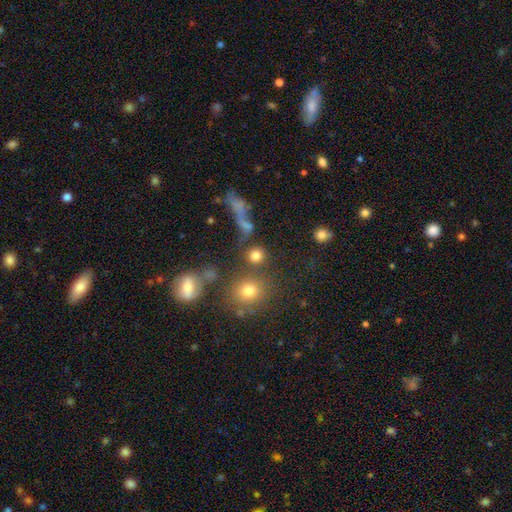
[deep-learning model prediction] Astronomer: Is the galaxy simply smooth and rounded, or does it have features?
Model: smooth — 79%.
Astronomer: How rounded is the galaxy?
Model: round — 88%.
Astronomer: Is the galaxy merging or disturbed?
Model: none — 69%.